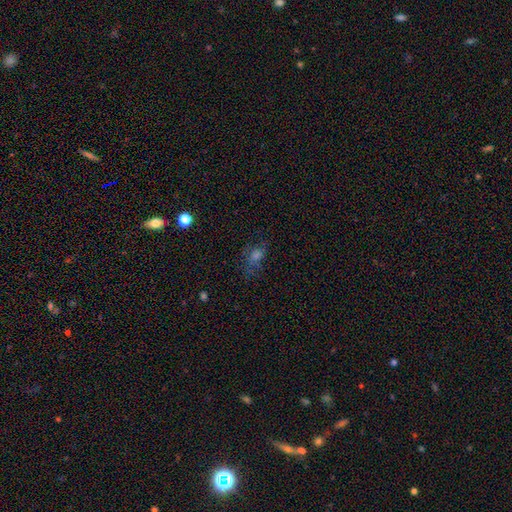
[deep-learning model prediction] Smooth or featured: smooth — 42% (star or artifact — 32%)
Merging: none — 55% (minor disturbance — 21%)